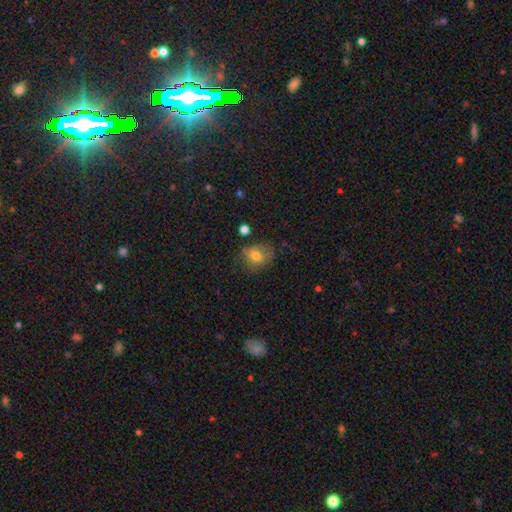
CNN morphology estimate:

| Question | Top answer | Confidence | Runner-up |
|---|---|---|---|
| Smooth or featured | smooth | 70% | featured or disk (20%) |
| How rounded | in between | 52% | round (47%) |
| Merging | none | 59% | minor disturbance (27%) |